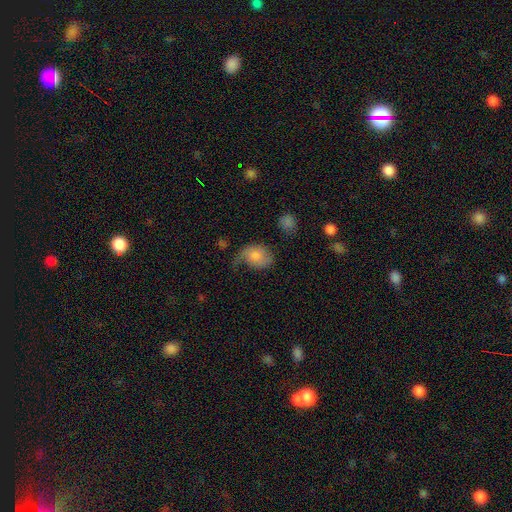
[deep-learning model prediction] smooth_or_featured: smooth (p=0.60) [alt: featured or disk p=0.32]
how_rounded: in between (p=0.59) [alt: round p=0.39]
merging: none (p=0.33) [alt: major disturbance p=0.32]